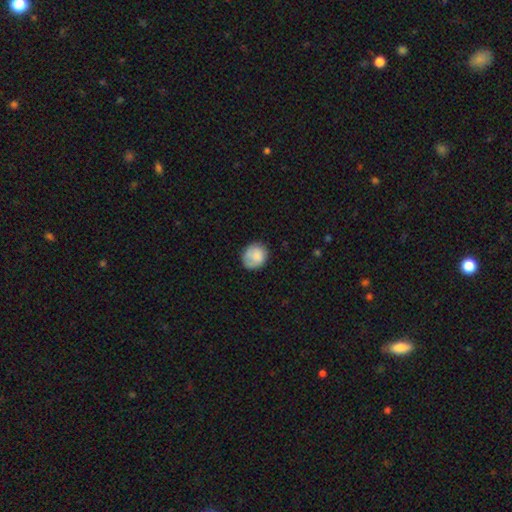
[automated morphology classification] smooth_or_featured: smooth (p=0.79) [alt: featured or disk p=0.13]
how_rounded: round (p=0.71) [alt: in between p=0.28]
merging: none (p=0.69) [alt: minor disturbance p=0.23]